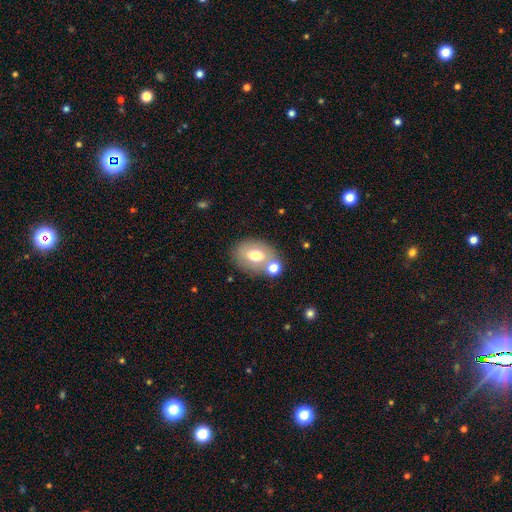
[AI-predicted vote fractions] This is likely a smooth galaxy (63%). How rounded: likely in between (74%). Merging: likely none (60%).